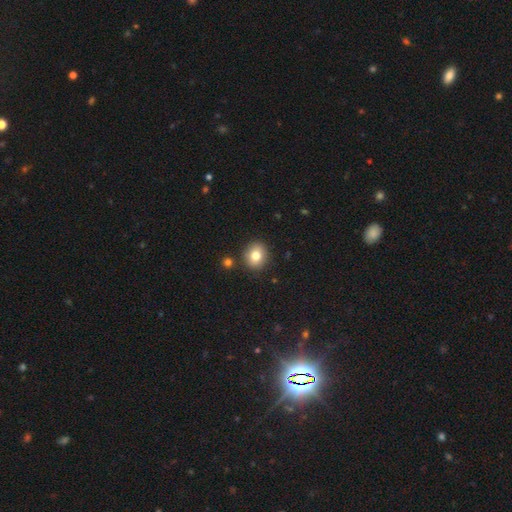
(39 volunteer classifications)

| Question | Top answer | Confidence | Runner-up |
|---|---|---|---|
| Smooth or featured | smooth | 72% | featured or disk (15%) |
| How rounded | round | 71% | in between (29%) |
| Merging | none | 91% | minor disturbance (6%) |